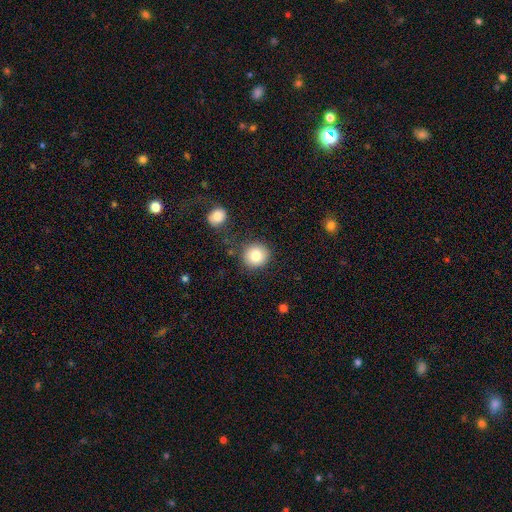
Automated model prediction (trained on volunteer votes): This is clearly a smooth galaxy (82%). How rounded: clearly round (91%). Merging: clearly none (84%).